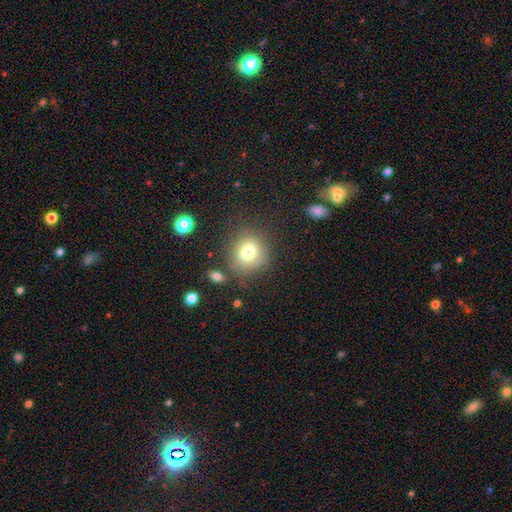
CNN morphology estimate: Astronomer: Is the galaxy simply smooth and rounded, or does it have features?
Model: smooth — 66%.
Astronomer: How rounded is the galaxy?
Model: round — 88%.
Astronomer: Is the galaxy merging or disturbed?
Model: none — 83%.